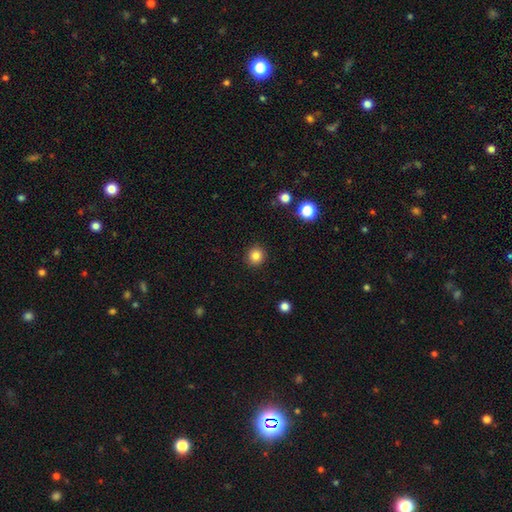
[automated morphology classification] Q: Smooth or featured?
A: smooth (85%); runner-up: star or artifact (11%)
Q: How rounded?
A: round (92%); runner-up: in between (7%)
Q: Merging?
A: none (92%); runner-up: minor disturbance (5%)